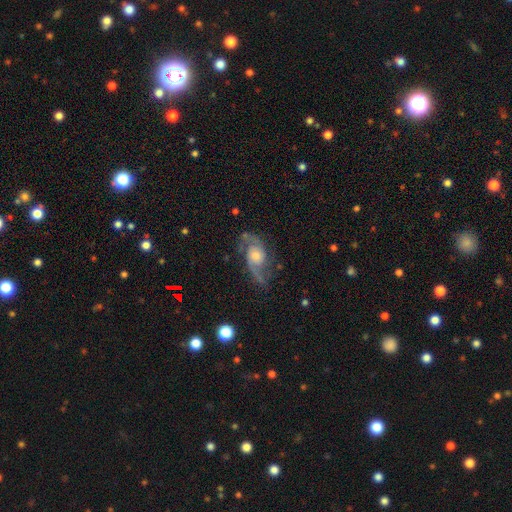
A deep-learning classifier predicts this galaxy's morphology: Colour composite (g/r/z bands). It shows a featured or disk galaxy (87%) with no bar (64%), 2 (88%) medium (51%) spiral arms (97%) and a moderate central bulge (47%). Merging: none (71%).